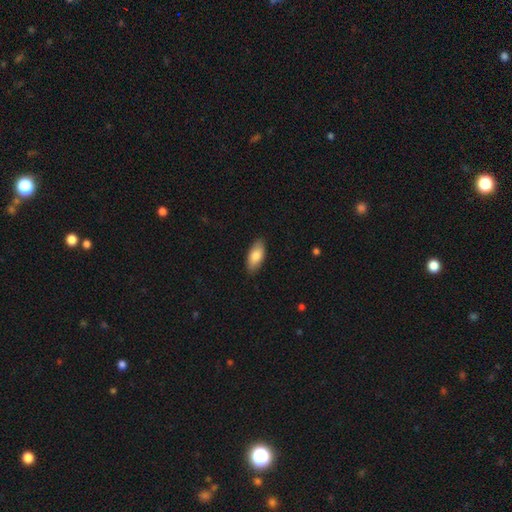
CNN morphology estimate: smooth 84%, featured or disk 11%, star or artifact 6%. Down the decision tree: how rounded — in between (89%); merging — none (87%).